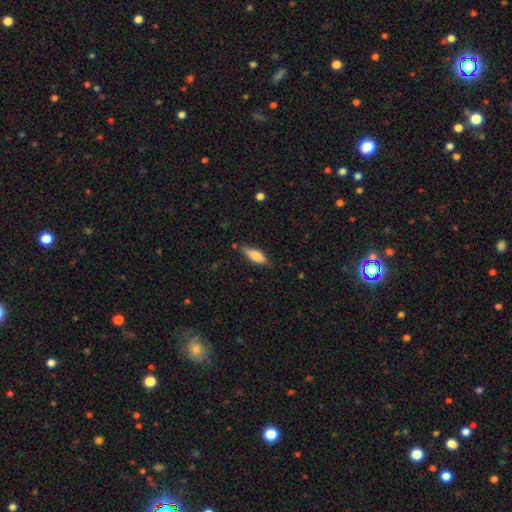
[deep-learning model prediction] smooth 78%, featured or disk 15%, star or artifact 7%. Down the decision tree: how rounded — in between (67%); merging — none (72%).